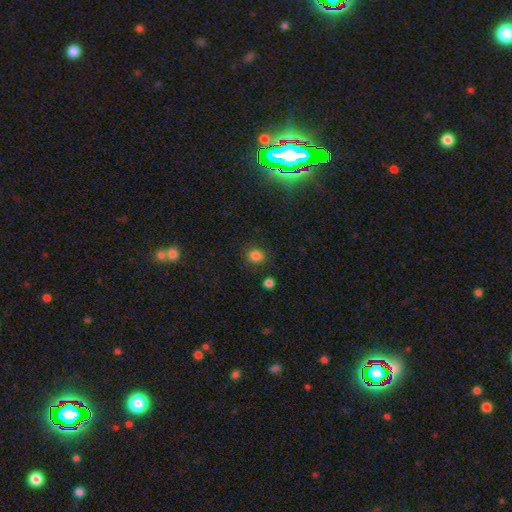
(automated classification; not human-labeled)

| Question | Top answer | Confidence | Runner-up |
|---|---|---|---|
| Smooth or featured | smooth | 83% | star or artifact (13%) |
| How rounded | round | 71% | in between (28%) |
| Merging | none | 84% | minor disturbance (10%) |